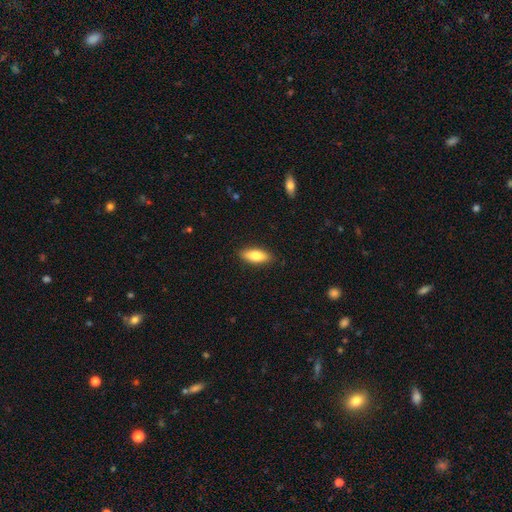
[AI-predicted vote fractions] A smooth galaxy with no disk features (80%) that is in between round and cigar-shaped (75%). Merging: none (88%).